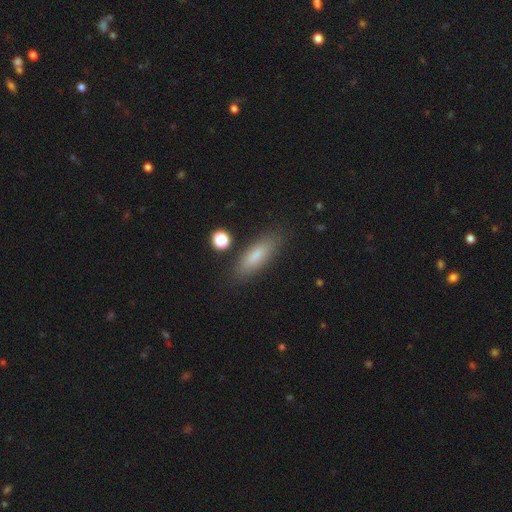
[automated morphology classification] This is likely a smooth galaxy (79%). How rounded: possibly in between (52%). Merging: clearly none (84%).